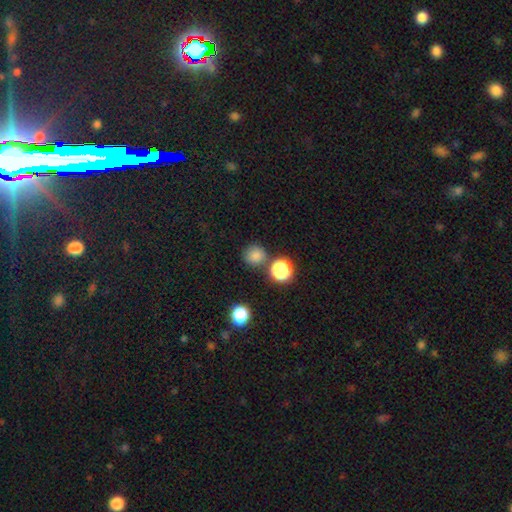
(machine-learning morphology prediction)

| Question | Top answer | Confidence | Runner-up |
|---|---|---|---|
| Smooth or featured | smooth | 79% | star or artifact (16%) |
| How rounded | round | 91% | in between (8%) |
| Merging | none | 78% | minor disturbance (10%) |